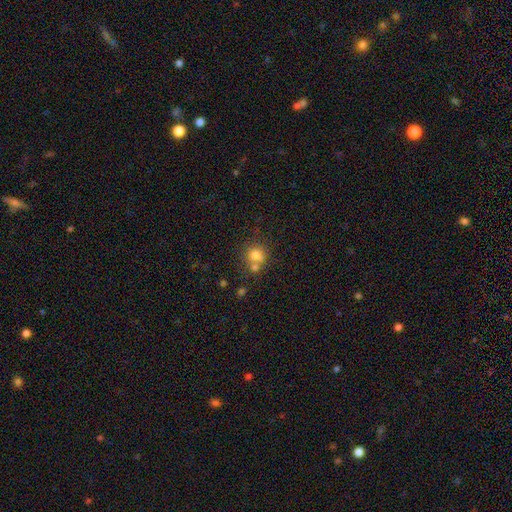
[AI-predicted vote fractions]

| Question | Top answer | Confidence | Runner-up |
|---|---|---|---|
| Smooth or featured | smooth | 75% | featured or disk (13%) |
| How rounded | round | 84% | in between (15%) |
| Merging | none | 50% | merger (36%) |